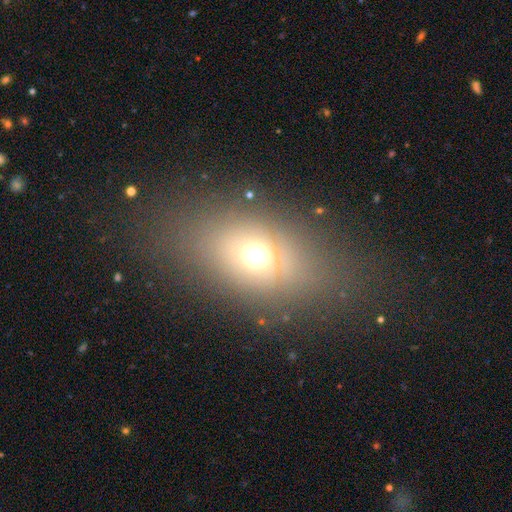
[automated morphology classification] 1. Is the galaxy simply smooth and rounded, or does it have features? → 57% smooth, 22% featured or disk, 21% star or artifact.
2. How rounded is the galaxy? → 66% in between, 31% round, 2% cigar-shaped.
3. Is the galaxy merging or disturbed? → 68% none, 16% minor disturbance, 13% major disturbance, 3% merger.